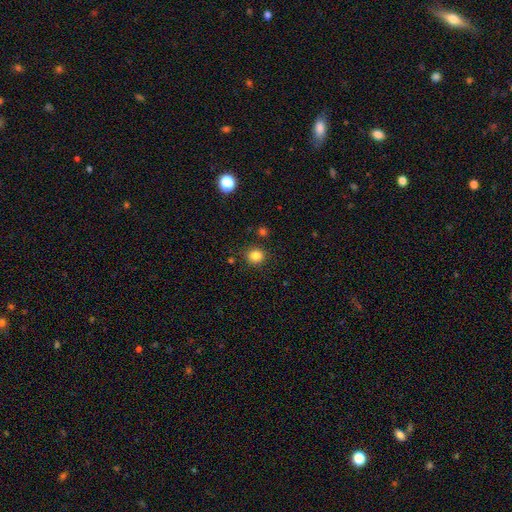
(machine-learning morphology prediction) Overall: smooth (84%). How rounded: round (83%). Merging: none (86%).